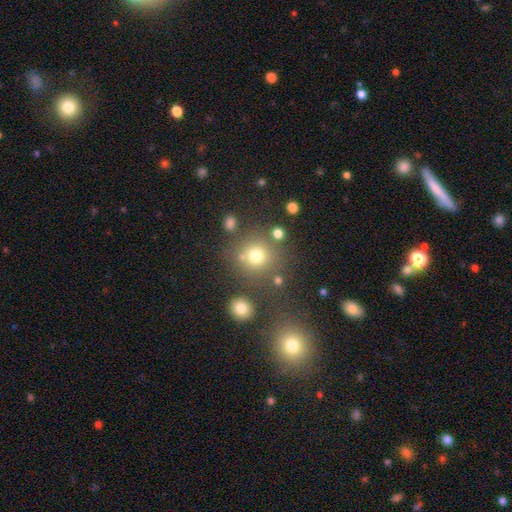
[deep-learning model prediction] Q: Smooth or featured?
A: smooth (73%); runner-up: star or artifact (18%)
Q: How rounded?
A: round (90%); runner-up: in between (9%)
Q: Merging?
A: none (73%); runner-up: merger (11%)